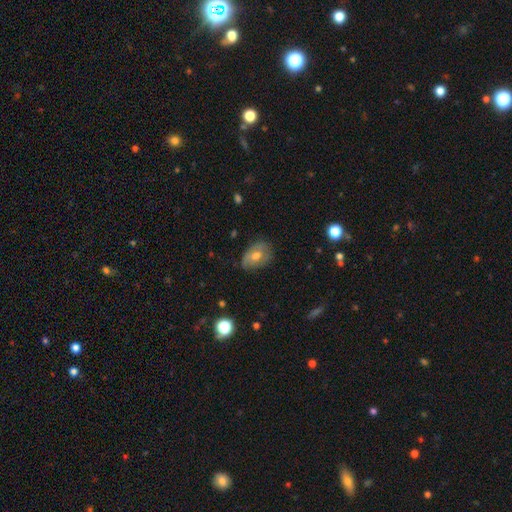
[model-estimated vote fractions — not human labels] The model was most divided on "smooth or featured": smooth: 56%, featured or disk: 34%, star or artifact: 10%. More confident: how rounded — in between (80%); merging — none (70%).